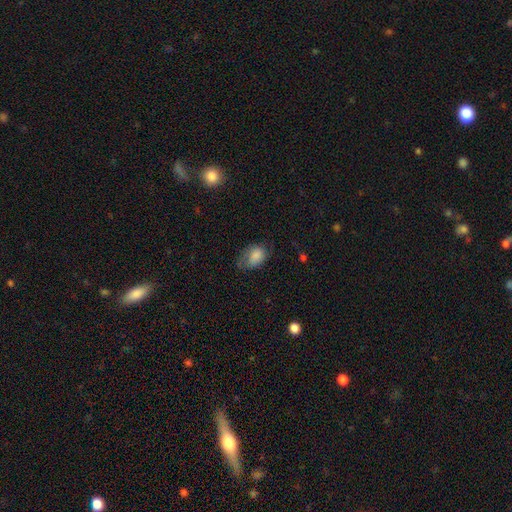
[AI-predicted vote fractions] The model was most divided on "merging": none: 48%, minor disturbance: 32%, major disturbance: 18%, merger: 2%. More confident: how rounded — in between (81%); smooth or featured — smooth (73%).